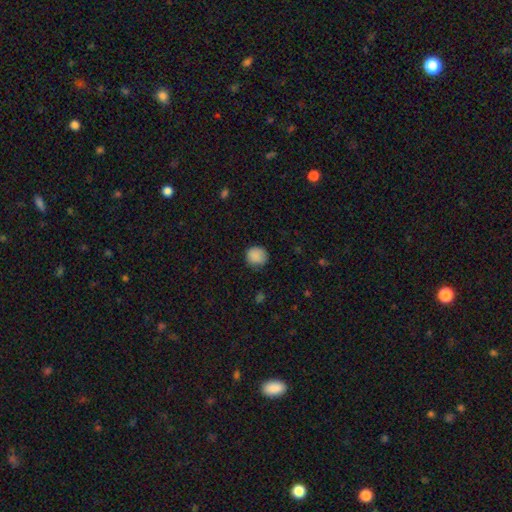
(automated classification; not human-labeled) The model was most divided on "merging": none: 79%, minor disturbance: 17%, major disturbance: 3%, merger: 1%. More confident: how rounded — round (88%); smooth or featured — smooth (87%).